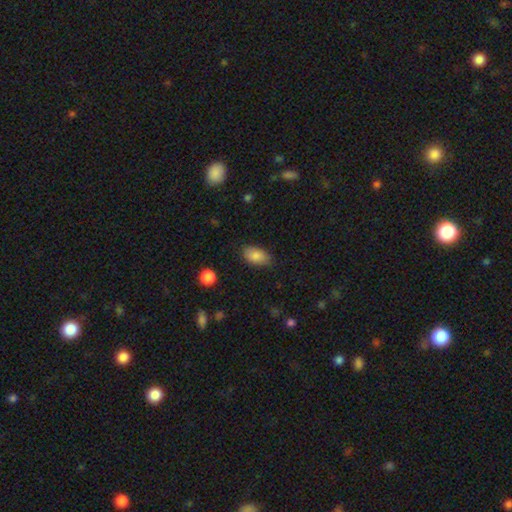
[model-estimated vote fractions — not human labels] smooth_or_featured: smooth (p=0.86) [alt: star or artifact p=0.08]
how_rounded: in between (p=0.92) [alt: round p=0.05]
merging: none (p=0.80) [alt: minor disturbance p=0.15]